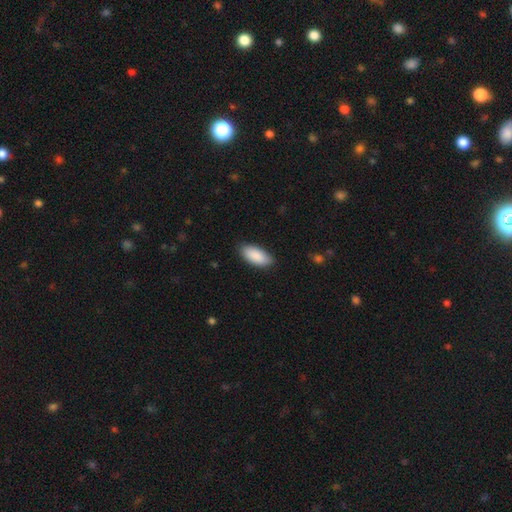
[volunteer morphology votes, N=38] smooth-or-featured: smooth: 82% | featured or disk: 11% | star or artifact: 8%
  how-rounded: in between: 94% | cigar-shaped: 6% | round: 0%
  merging: none: 89% | minor disturbance: 11% | major disturbance: 0% | merger: 0%